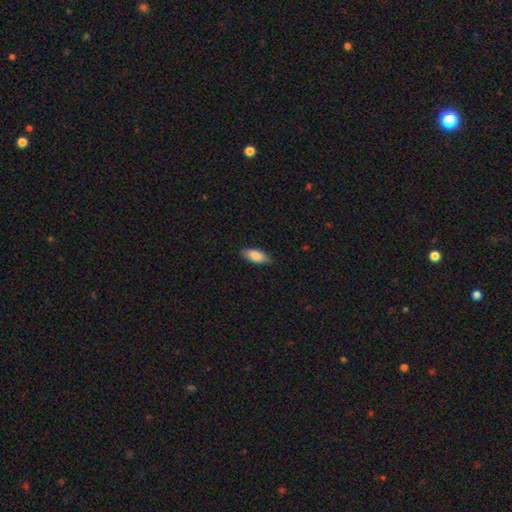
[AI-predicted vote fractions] This is clearly a smooth galaxy (86%). How rounded: clearly in between (83%). Merging: clearly none (83%).